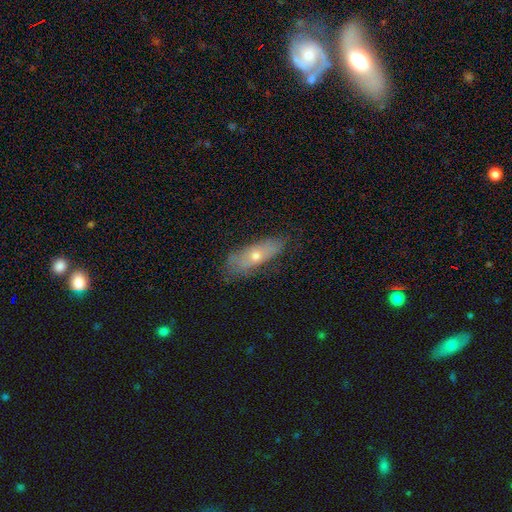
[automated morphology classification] Smooth or featured?
  - smooth: 48% *
  - featured or disk: 44%
  - star or artifact: 8%
Merging?
  - none: 70% *
  - minor disturbance: 23%
  - major disturbance: 6%
  - merger: 2%